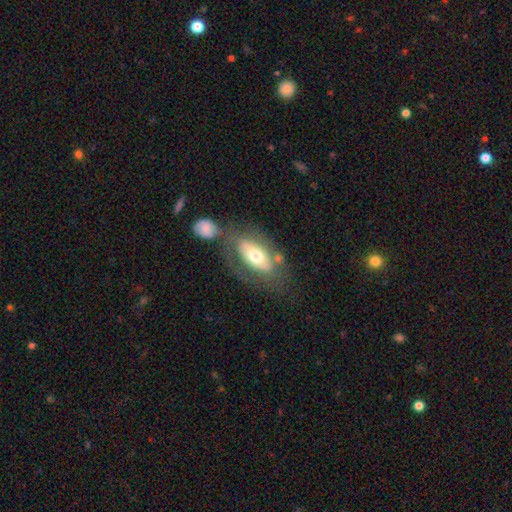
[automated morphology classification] smooth_or_featured: smooth (p=0.51) [alt: featured or disk p=0.43]
how_rounded: in between (p=0.90) [alt: round p=0.06]
merging: none (p=0.51) [alt: merger p=0.19]